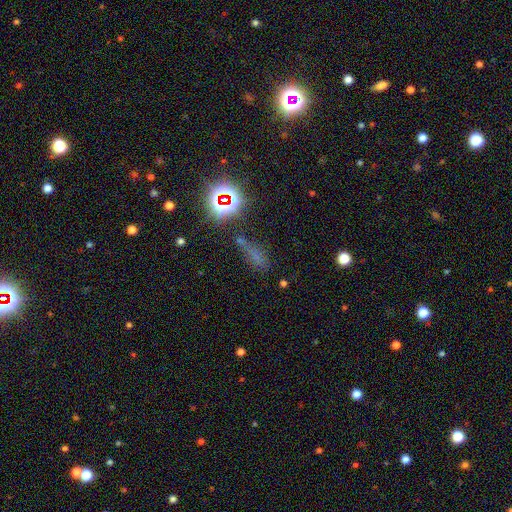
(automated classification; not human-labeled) This is marginally a star or artifact rather than a galaxy (44%).